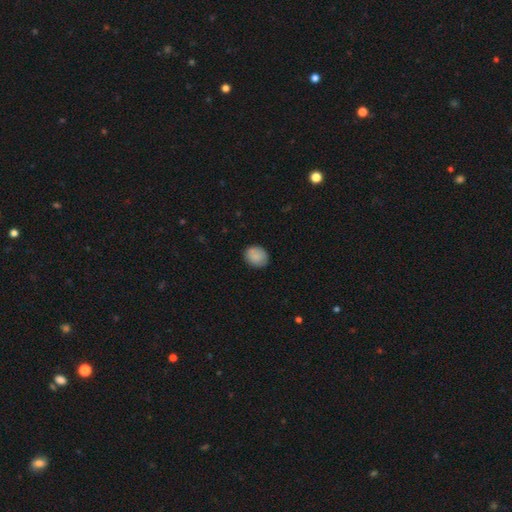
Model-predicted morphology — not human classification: Smooth or featured?
  - smooth: 86% *
  - star or artifact: 8%
  - featured or disk: 6%
How rounded?
  - round: 64% *
  - in between: 35%
  - cigar-shaped: 1%
Merging?
  - none: 85% *
  - minor disturbance: 11%
  - major disturbance: 2%
  - merger: 1%